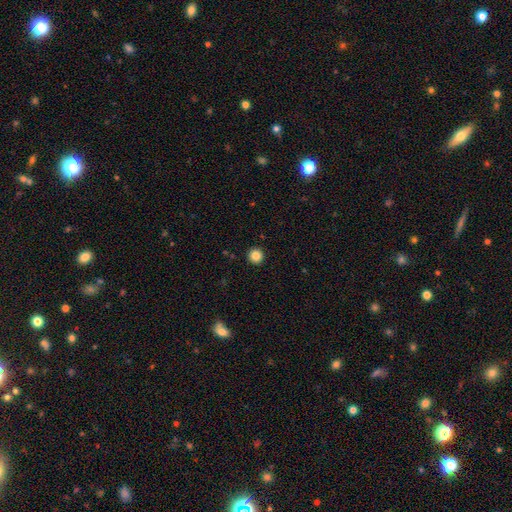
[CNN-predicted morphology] type=smooth (85%); roundness=round (95%); merging=none (94%).